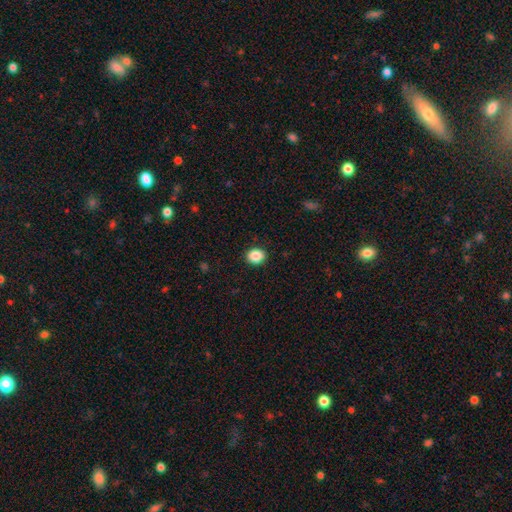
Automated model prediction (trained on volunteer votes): The model was most divided on "how rounded": round: 64%, in between: 35%, cigar-shaped: 1%. More confident: merging — none (90%); smooth or featured — smooth (87%).